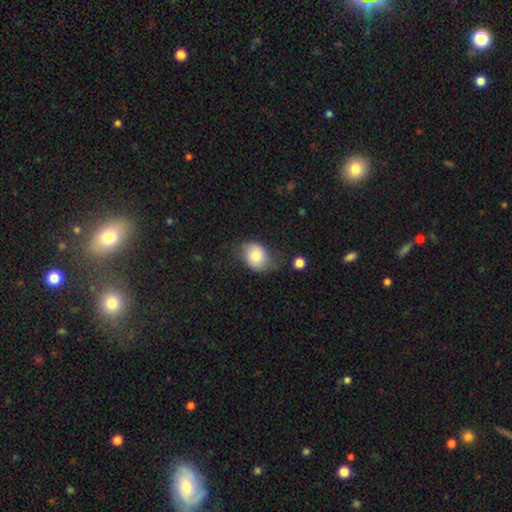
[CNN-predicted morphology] This appears to be a smooth galaxy with no disk features (77%) that is in between round and cigar-shaped (57%). Merging: none (58%).